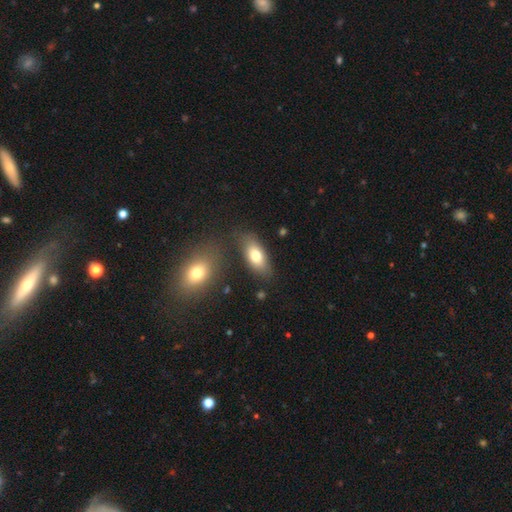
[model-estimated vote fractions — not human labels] smooth 75%, featured or disk 17%, star or artifact 8%. Down the decision tree: how rounded — in between (88%); merging — none (75%).